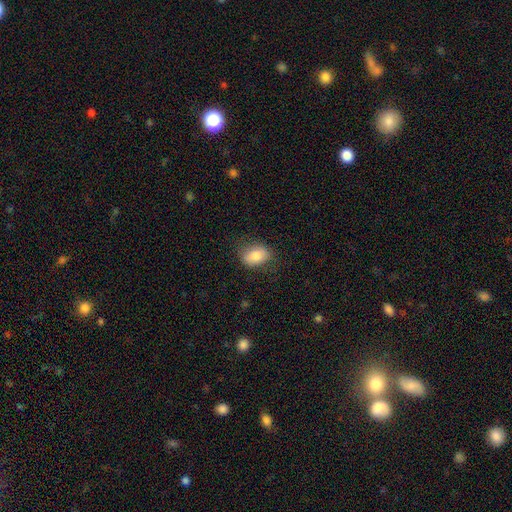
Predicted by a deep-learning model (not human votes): Morphology: type=smooth (83%); roundness=in between (80%); merging=none (77%).